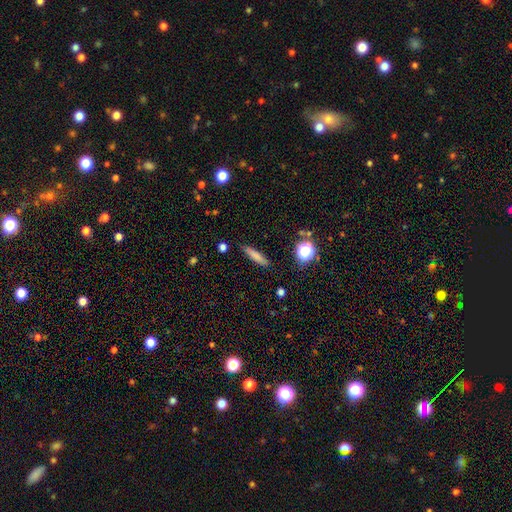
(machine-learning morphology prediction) Q: Smooth or featured?
A: smooth (77%); runner-up: featured or disk (13%)
Q: How rounded?
A: cigar-shaped (84%); runner-up: in between (13%)
Q: Merging?
A: none (88%); runner-up: minor disturbance (8%)